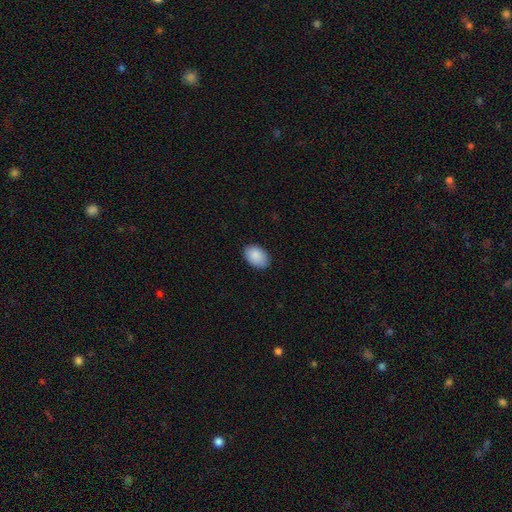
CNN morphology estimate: smooth 90%, star or artifact 6%, featured or disk 4%. Down the decision tree: how rounded — in between (89%); merging — none (87%).